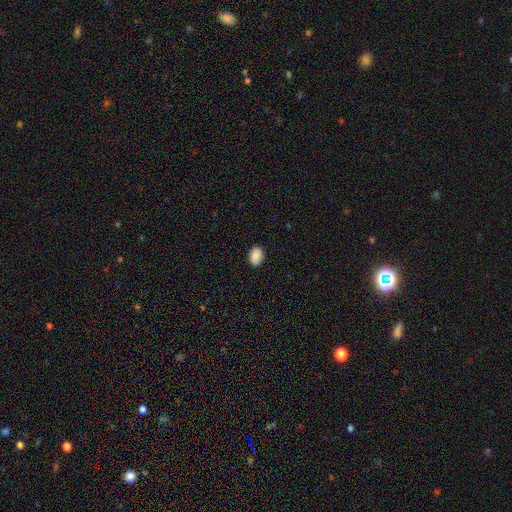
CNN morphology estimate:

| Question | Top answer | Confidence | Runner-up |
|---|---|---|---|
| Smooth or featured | smooth | 90% | star or artifact (7%) |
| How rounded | in between | 85% | round (14%) |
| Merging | none | 89% | minor disturbance (8%) |